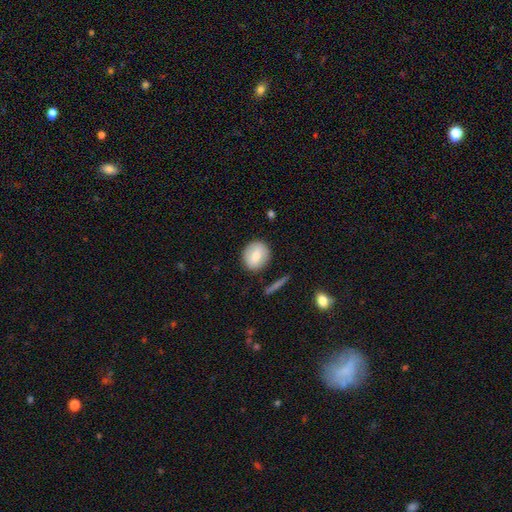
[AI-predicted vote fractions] Smooth or featured? smooth (77%)
How rounded? round (74%)
Merging? none (84%)